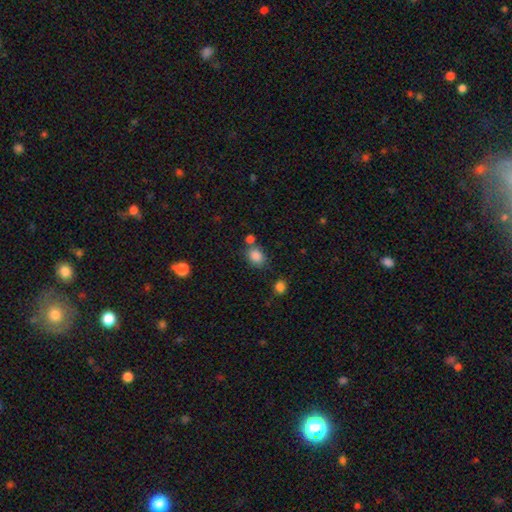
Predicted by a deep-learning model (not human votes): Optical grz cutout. It shows a smooth galaxy with no disk features (85%) that is in between round and cigar-shaped (58%). Merging: none (63%).